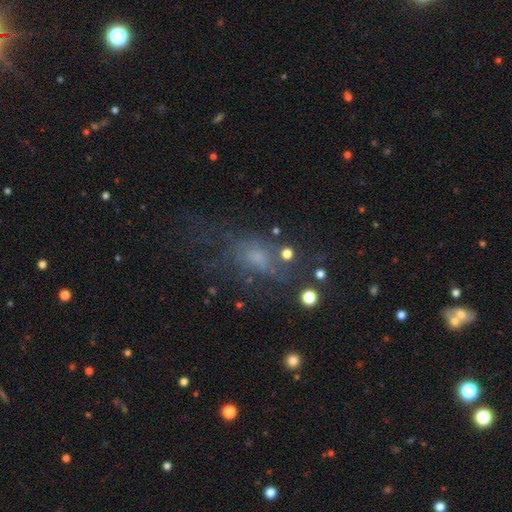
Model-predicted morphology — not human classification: type=smooth (42%); merging=none (47%).